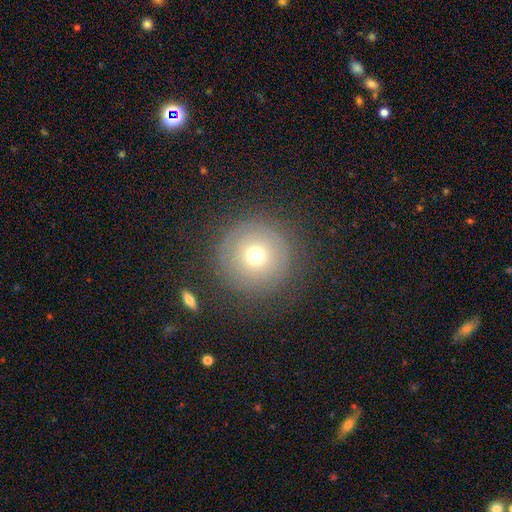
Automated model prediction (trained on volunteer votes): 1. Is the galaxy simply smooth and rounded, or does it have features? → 64% smooth, 22% featured or disk, 14% star or artifact.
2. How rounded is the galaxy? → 96% round, 3% in between, 1% cigar-shaped.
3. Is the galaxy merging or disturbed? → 83% none, 10% minor disturbance, 6% major disturbance, 2% merger.